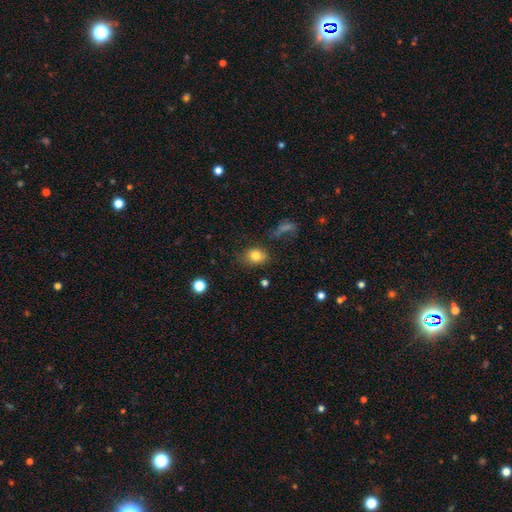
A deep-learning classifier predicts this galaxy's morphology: Smooth or featured? Predicted: smooth (p=0.81). How rounded? Predicted: in between (p=0.54). Merging? Predicted: none (p=0.74).